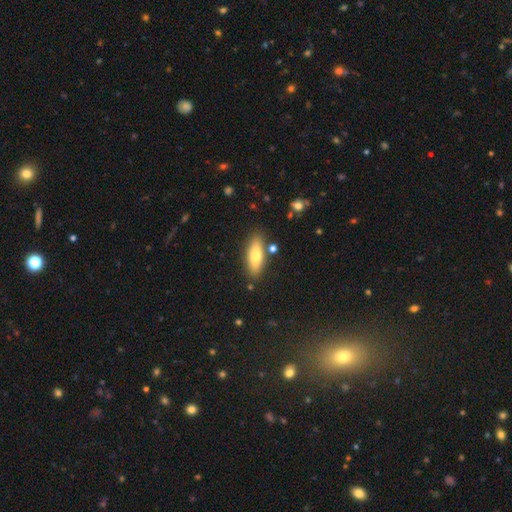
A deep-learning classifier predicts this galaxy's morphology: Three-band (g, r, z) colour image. It shows a smooth galaxy with no disk features (71%) that is in between round and cigar-shaped (62%). Merging: none (83%).